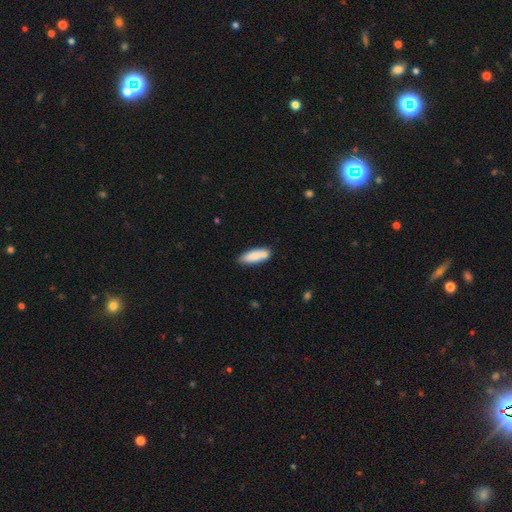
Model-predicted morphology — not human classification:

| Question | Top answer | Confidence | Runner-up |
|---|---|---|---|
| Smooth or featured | smooth | 82% | featured or disk (12%) |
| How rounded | in between | 62% | cigar-shaped (36%) |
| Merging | none | 65% | minor disturbance (17%) |